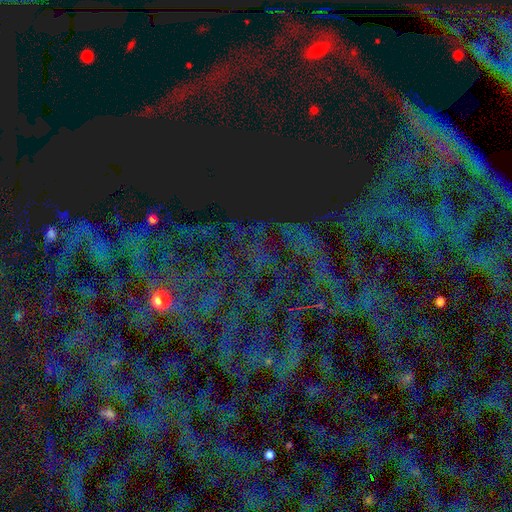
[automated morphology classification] smooth-or-featured: star or artifact: 82% | smooth: 9% | featured or disk: 9%